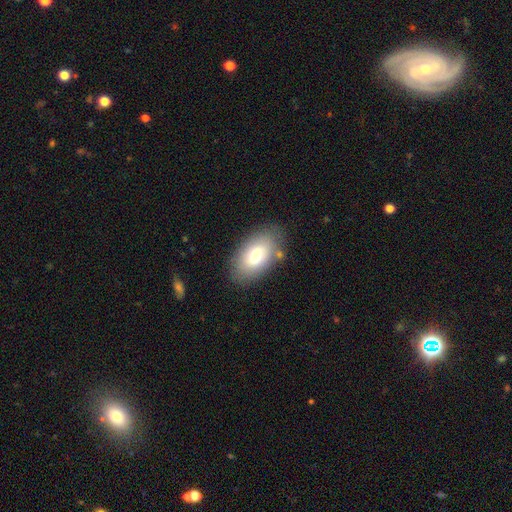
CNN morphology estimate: Smooth or featured? Predicted: smooth (p=0.72). How rounded? Predicted: in between (p=0.93). Merging? Predicted: none (p=0.81).